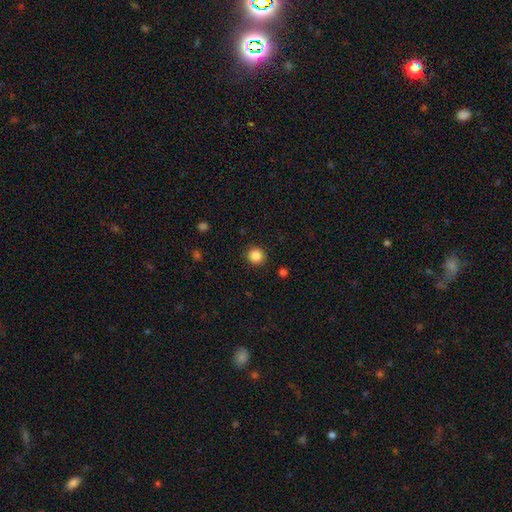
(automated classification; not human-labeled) This is clearly a smooth galaxy (86%). How rounded: clearly round (93%). Merging: clearly none (91%).